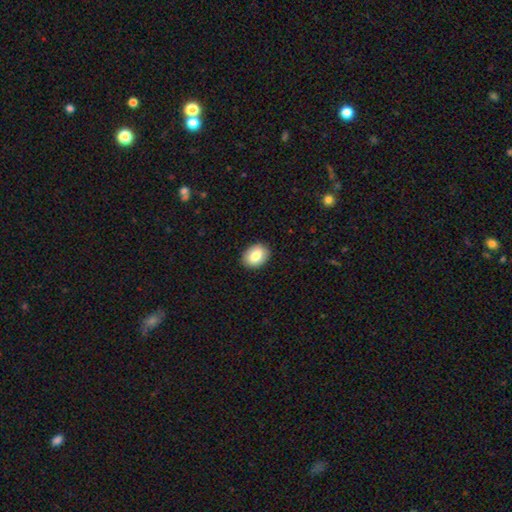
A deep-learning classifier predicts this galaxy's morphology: This appears to be a smooth galaxy with no disk features (83%) that is in between round and cigar-shaped (72%). Merging: none (90%).